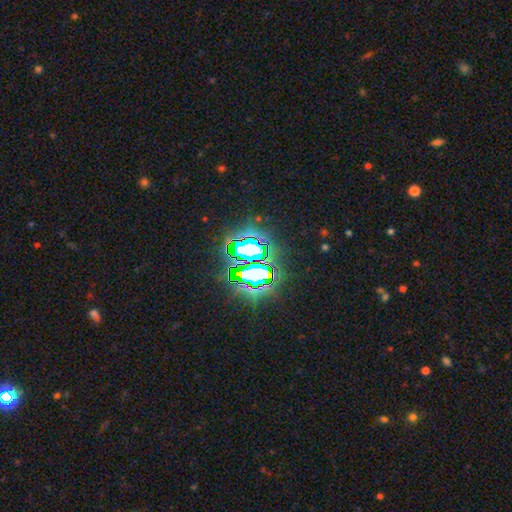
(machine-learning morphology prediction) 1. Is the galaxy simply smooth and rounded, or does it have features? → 79% star or artifact, 10% featured or disk, 10% smooth.